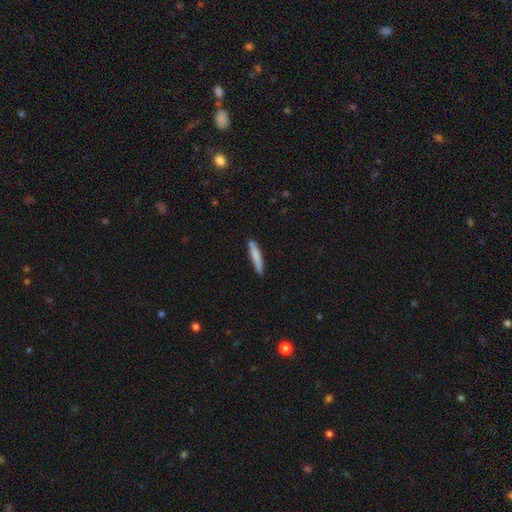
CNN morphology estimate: Q: Smooth or featured?
A: smooth (78%); runner-up: featured or disk (16%)
Q: How rounded?
A: cigar-shaped (91%); runner-up: in between (7%)
Q: Merging?
A: none (82%); runner-up: minor disturbance (13%)